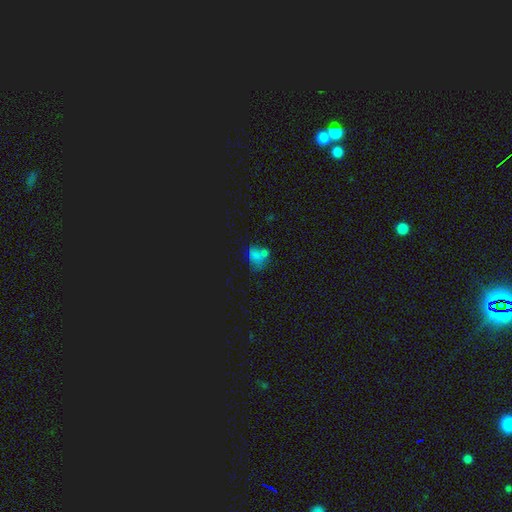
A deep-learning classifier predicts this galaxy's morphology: Smooth or featured? Predicted: smooth (p=0.55). How rounded? Predicted: in between (p=0.61). Merging? Predicted: none (p=0.38).